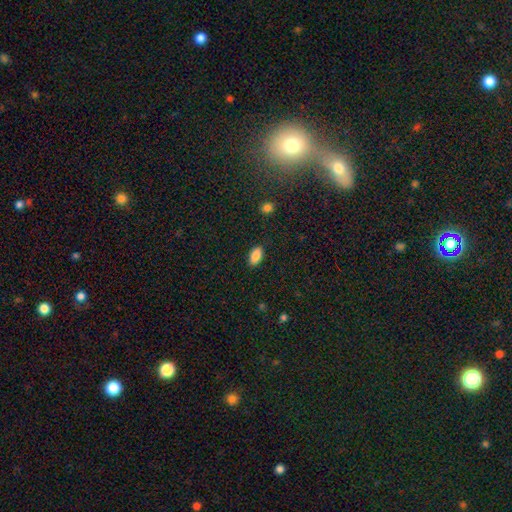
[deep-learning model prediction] A smooth galaxy with no disk features (88%) that is in between round and cigar-shaped (92%).

Vote fractions:
- Smooth or featured? smooth: 88% / star or artifact: 8% / featured or disk: 5%
- How rounded? in between: 92% / cigar-shaped: 5% / round: 3%
- Merging? none: 88% / minor disturbance: 9% / major disturbance: 2% / merger: 1%